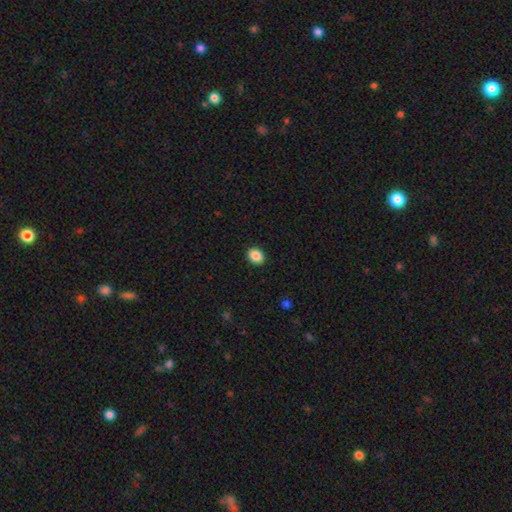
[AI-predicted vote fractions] Smooth or featured: smooth — 88% (star or artifact — 9%)
How rounded: in between — 52% (round — 47%)
Merging: none — 91% (minor disturbance — 6%)